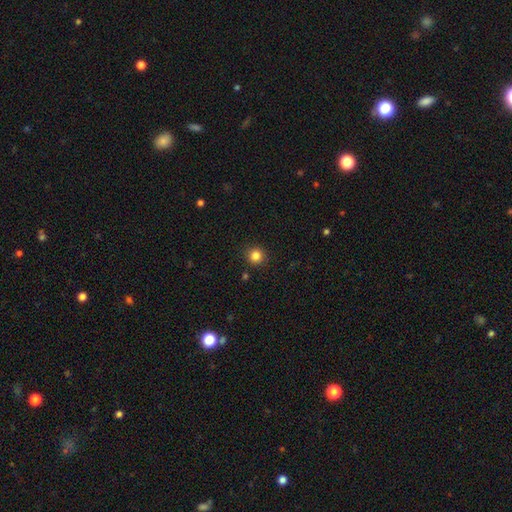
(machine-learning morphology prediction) Overall: smooth (84%). How rounded: round (93%). Merging: none (91%).